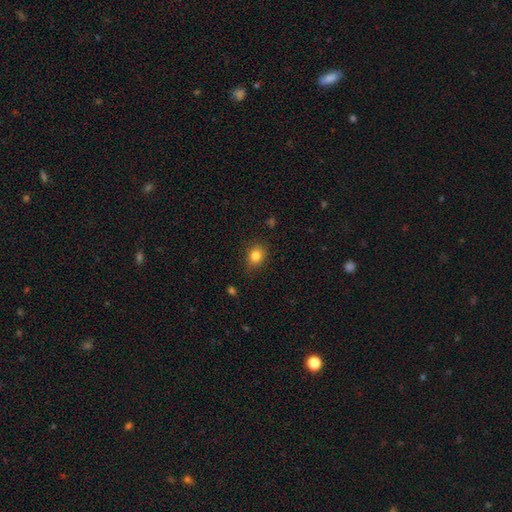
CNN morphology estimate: Smooth or featured?
  - smooth: 83% *
  - star or artifact: 11%
  - featured or disk: 6%
How rounded?
  - round: 58% *
  - in between: 41%
  - cigar-shaped: 1%
Merging?
  - none: 84% *
  - minor disturbance: 12%
  - major disturbance: 3%
  - merger: 1%